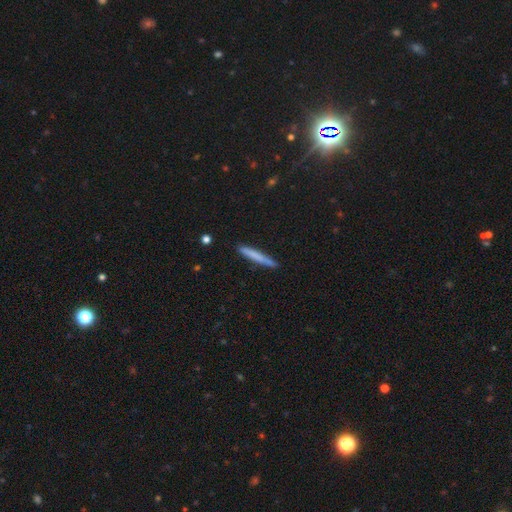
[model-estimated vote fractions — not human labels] smooth_or_featured: smooth (p=0.72) [alt: featured or disk p=0.22]
how_rounded: cigar-shaped (p=0.96) [alt: in between p=0.03]
merging: none (p=0.88) [alt: minor disturbance p=0.09]